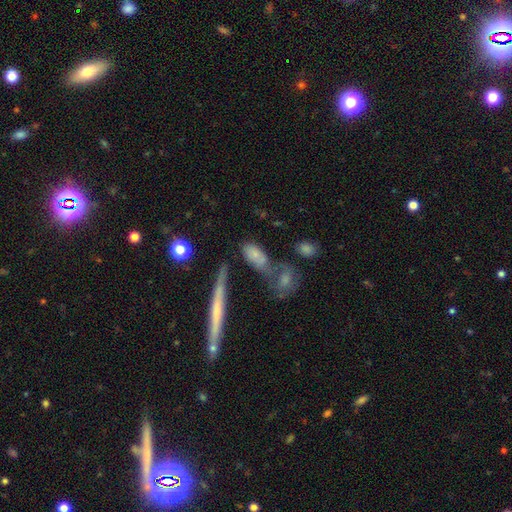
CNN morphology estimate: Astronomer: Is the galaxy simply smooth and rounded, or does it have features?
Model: smooth — 67%.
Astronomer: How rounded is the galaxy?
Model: in between — 76%.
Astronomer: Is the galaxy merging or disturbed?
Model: none — 40% (runner-up: merger, 28%).